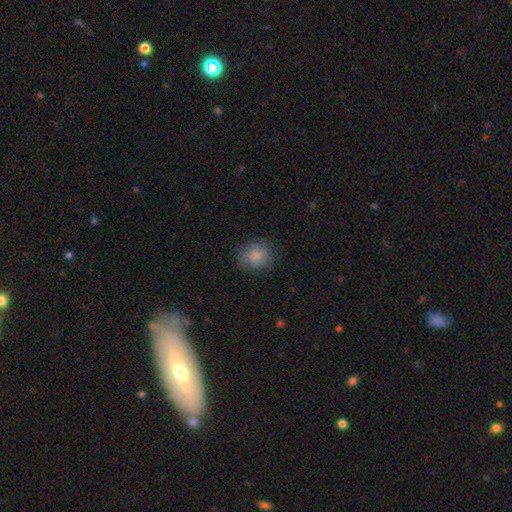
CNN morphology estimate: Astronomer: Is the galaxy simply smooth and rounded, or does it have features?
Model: smooth — 83%.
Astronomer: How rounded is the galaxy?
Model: round — 71%.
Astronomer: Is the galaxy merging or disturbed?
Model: none — 79%.